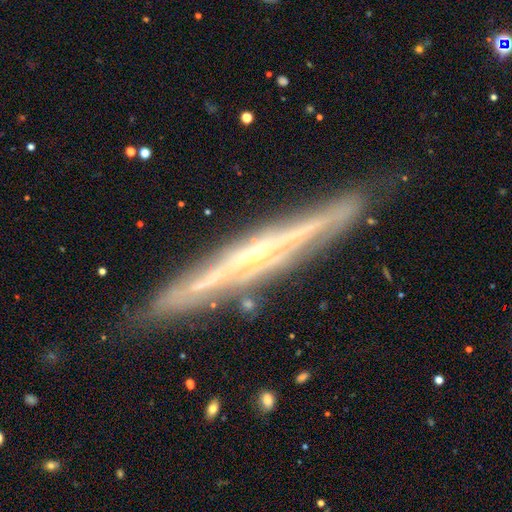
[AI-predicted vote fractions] Smooth or featured? featured or disk (83%)
Edge-on disk? yes (95%)
Edge-on bulge? rounded (57%)
Merging? none (84%)